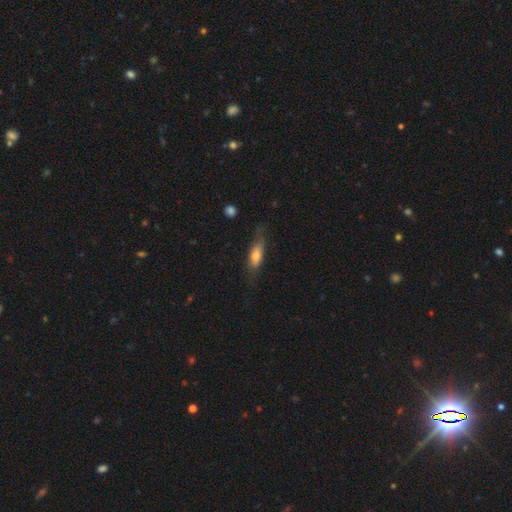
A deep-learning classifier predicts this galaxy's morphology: smooth 66%, featured or disk 27%, star or artifact 6%. Down the decision tree: how rounded — in between (53%); merging — none (65%).